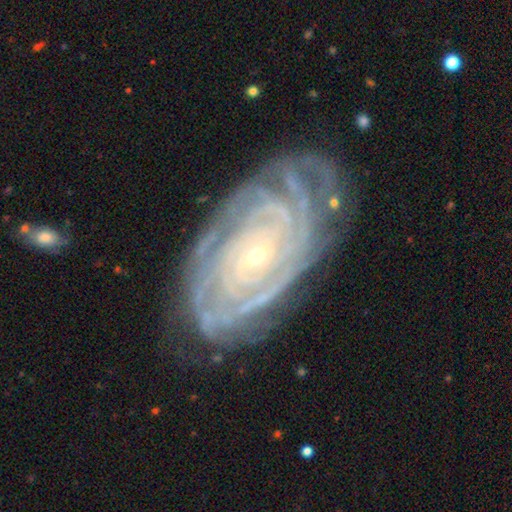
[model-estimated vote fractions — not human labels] Smooth or featured?
  - featured or disk: 90% *
  - star or artifact: 5%
  - smooth: 5%
Edge-on disk?
  - no: 96% *
  - yes: 4%
Bar?
  - no: 63% *
  - weak: 24%
  - strong: 13%
Spiral arms?
  - yes: 98% *
  - no: 2%
Spiral winding?
  - tight: 86% *
  - medium: 12%
  - loose: 2%
Spiral arm count?
  - can't tell: 25% *
  - 4: 23%
  - more than 4: 19%
  - 3: 14%
  - 2: 12%
  - 1: 7%
Bulge size?
  - small: 86% *
  - moderate: 11%
  - none: 1%
  - large: 1%
  - dominant: 1%
Merging?
  - none: 74% *
  - minor disturbance: 18%
  - major disturbance: 6%
  - merger: 2%